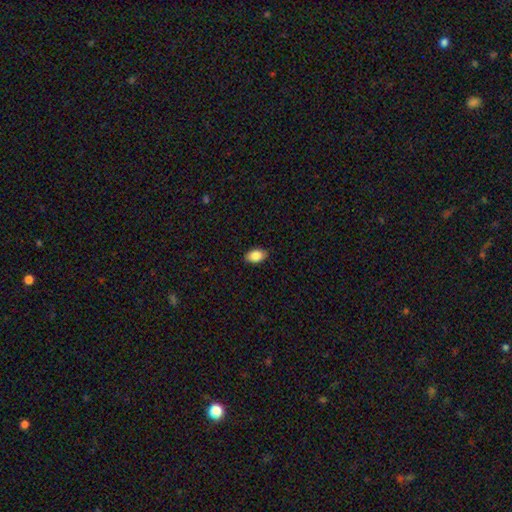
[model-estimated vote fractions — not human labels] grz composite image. It shows a smooth galaxy with no disk features (86%) that is in between round and cigar-shaped (90%). Merging: none (88%).